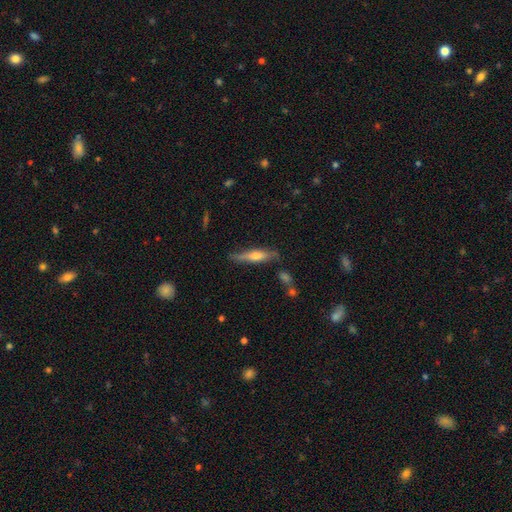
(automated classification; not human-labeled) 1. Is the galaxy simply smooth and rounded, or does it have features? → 53% featured or disk, 40% smooth, 7% star or artifact.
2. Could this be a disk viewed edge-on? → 90% yes, 10% no.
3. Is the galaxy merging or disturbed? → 74% none, 19% minor disturbance, 4% major disturbance, 3% merger.